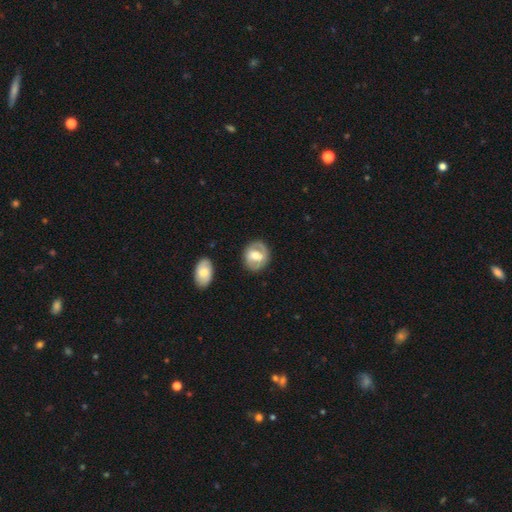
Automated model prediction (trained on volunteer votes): A featured or disk galaxy (55%) with a weak bar (47%), spiral arms (57%) and a moderate central bulge (69%). Merging: none (82%).